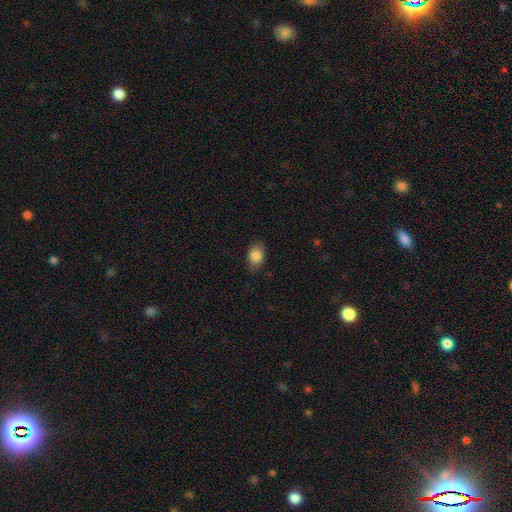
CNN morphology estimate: smooth_or_featured: smooth (p=0.87) [alt: star or artifact p=0.08]
how_rounded: in between (p=0.75) [alt: round p=0.24]
merging: none (p=0.80) [alt: minor disturbance p=0.16]